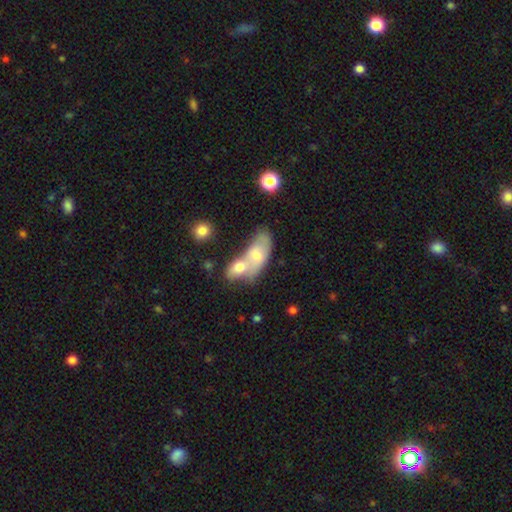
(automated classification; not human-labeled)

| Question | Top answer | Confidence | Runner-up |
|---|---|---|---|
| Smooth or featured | smooth | 61% | featured or disk (31%) |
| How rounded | in between | 82% | cigar-shaped (10%) |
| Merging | merger | 70% | none (17%) |